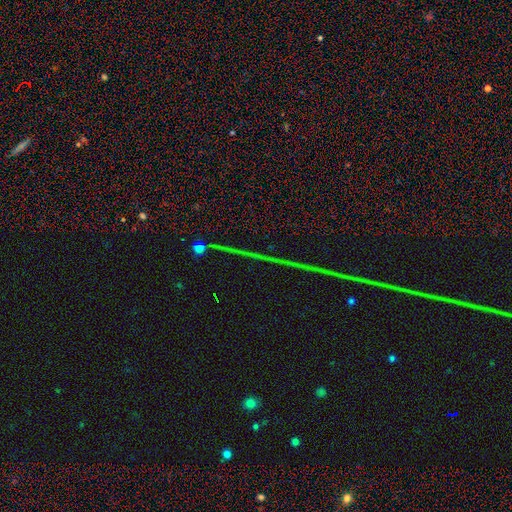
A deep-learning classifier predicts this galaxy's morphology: Smooth or featured: star or artifact — 88% (featured or disk — 6%)